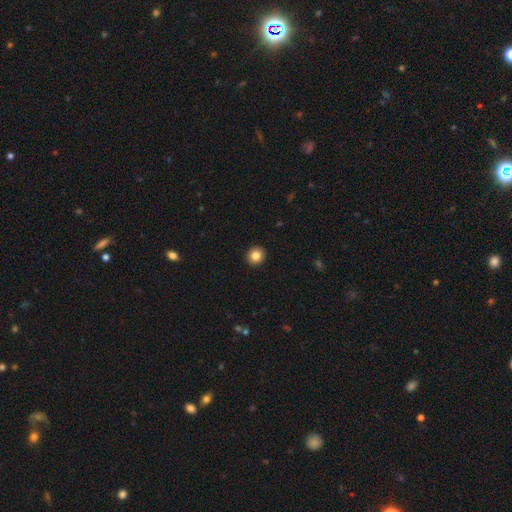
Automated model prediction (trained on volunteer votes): smooth 84%, star or artifact 10%, featured or disk 6%. Down the decision tree: how rounded — round (92%); merging — none (94%).